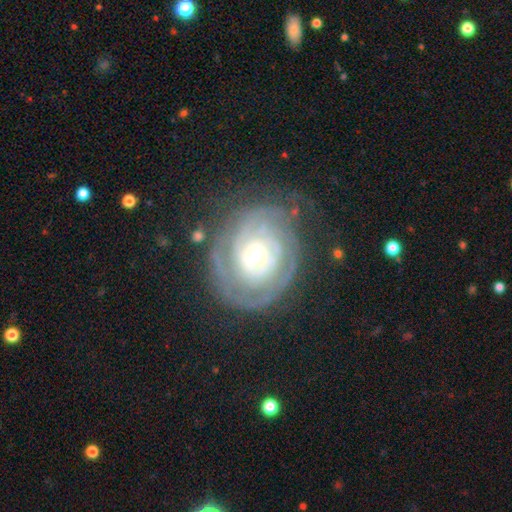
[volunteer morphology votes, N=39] type=featured or disk (85%); edge-on=no (100%); bar=no (82%); spiral arms=yes (79%); winding=tight (81%); arm count=can't tell (38%); bulge=moderate (70%); merging=none (73%).